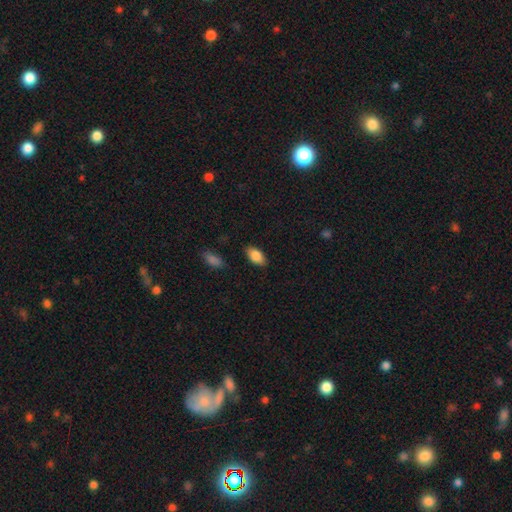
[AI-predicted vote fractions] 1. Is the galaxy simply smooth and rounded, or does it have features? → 85% smooth, 8% featured or disk, 7% star or artifact.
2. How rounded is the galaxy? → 93% in between, 4% cigar-shaped, 4% round.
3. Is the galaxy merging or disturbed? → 86% none, 10% minor disturbance, 2% major disturbance, 2% merger.